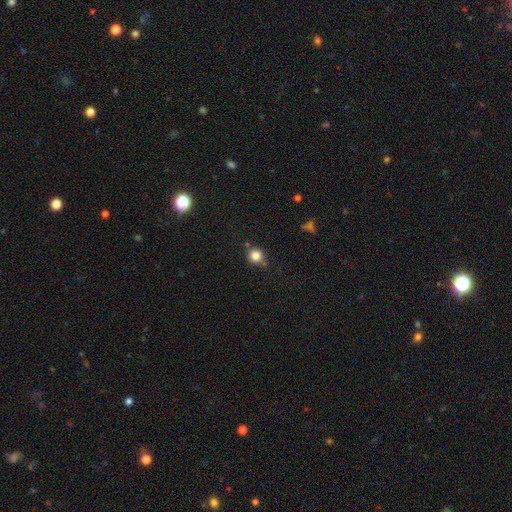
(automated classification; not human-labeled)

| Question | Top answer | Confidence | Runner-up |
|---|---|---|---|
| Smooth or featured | smooth | 82% | star or artifact (12%) |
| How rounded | round | 91% | in between (8%) |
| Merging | none | 80% | minor disturbance (12%) |